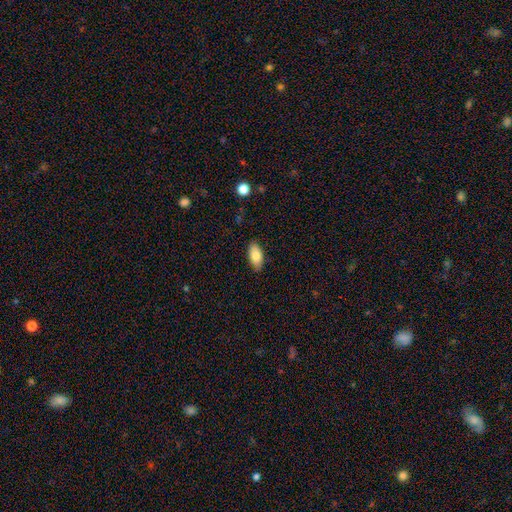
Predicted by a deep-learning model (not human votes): smooth 80%, featured or disk 14%, star or artifact 7%. Down the decision tree: how rounded — in between (92%); merging — none (85%).